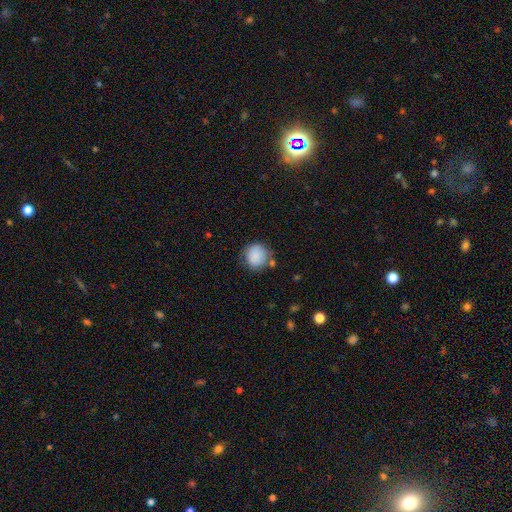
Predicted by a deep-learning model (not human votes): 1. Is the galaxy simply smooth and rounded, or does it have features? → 88% smooth, 8% star or artifact, 5% featured or disk.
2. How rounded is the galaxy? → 87% round, 12% in between, 1% cigar-shaped.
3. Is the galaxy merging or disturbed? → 74% none, 16% minor disturbance, 5% major disturbance, 5% merger.